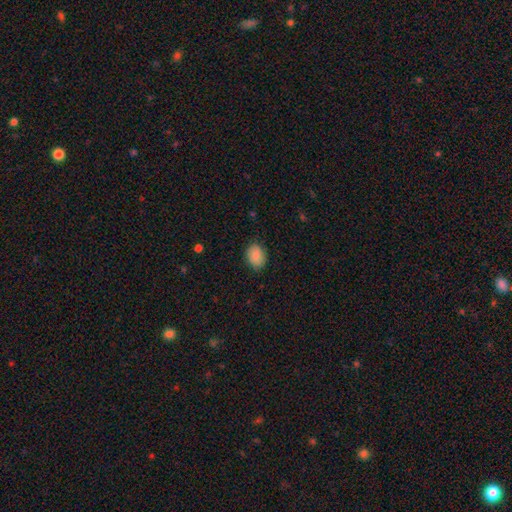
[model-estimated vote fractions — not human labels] Morphology: type=smooth (88%); roundness=in between (68%); merging=none (85%).